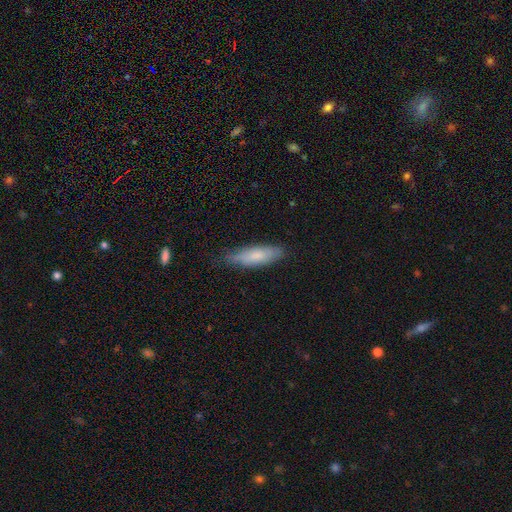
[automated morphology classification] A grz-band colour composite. It shows a smooth galaxy with no disk features (75%) that is cigar-shaped (58%). Merging: none (73%).